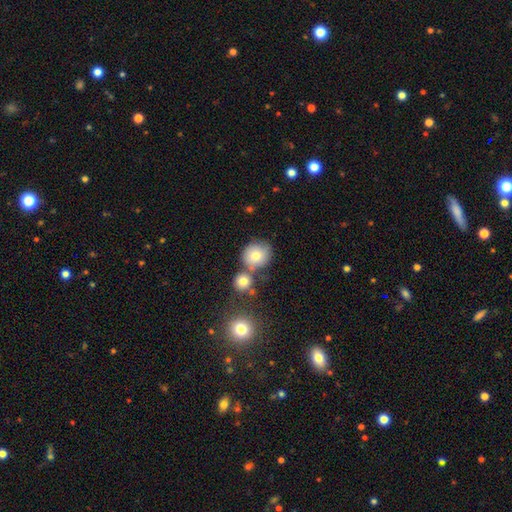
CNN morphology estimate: This is likely a smooth galaxy (76%). How rounded: clearly round (84%). Merging: possibly none (57%).